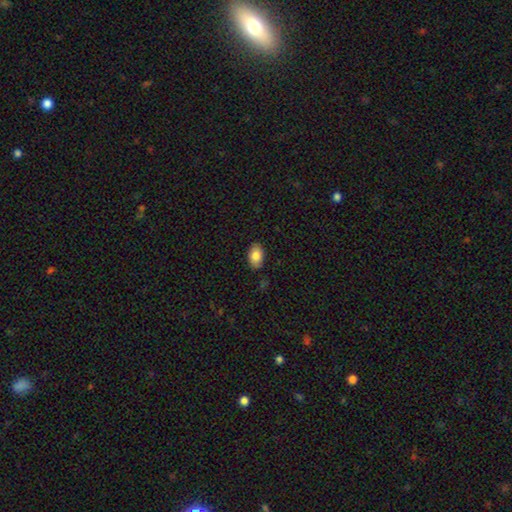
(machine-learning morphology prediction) The model was most divided on "smooth or featured": smooth: 82%, featured or disk: 10%, star or artifact: 7%. More confident: how rounded — in between (90%); merging — none (86%).